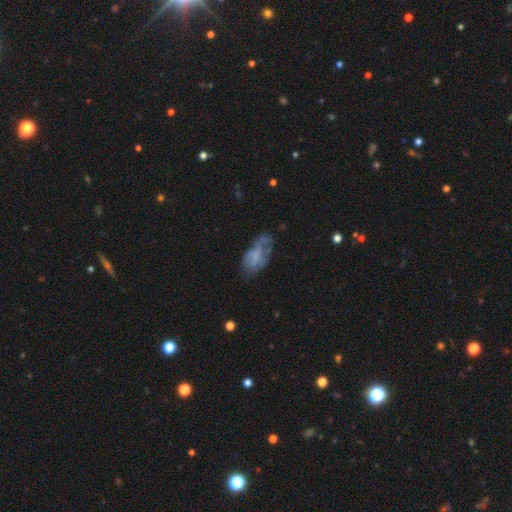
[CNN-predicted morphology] A smooth galaxy with no disk features (47%).

Vote fractions:
- Smooth or featured? smooth: 47% / featured or disk: 42% / star or artifact: 11%
- Merging? none: 37% / minor disturbance: 30% / major disturbance: 29% / merger: 4%